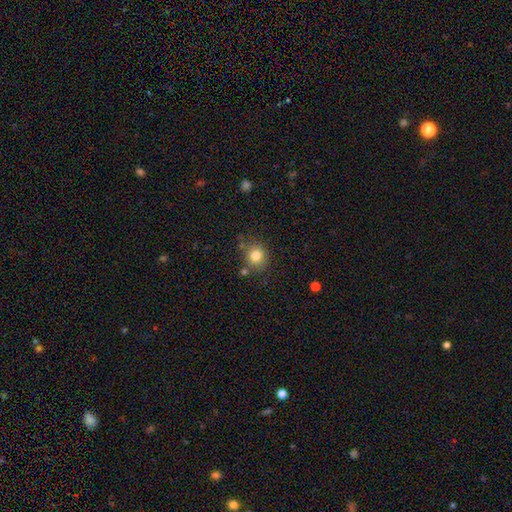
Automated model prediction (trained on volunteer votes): smooth 80%, star or artifact 12%, featured or disk 8%. Down the decision tree: how rounded — round (82%); merging — none (77%).